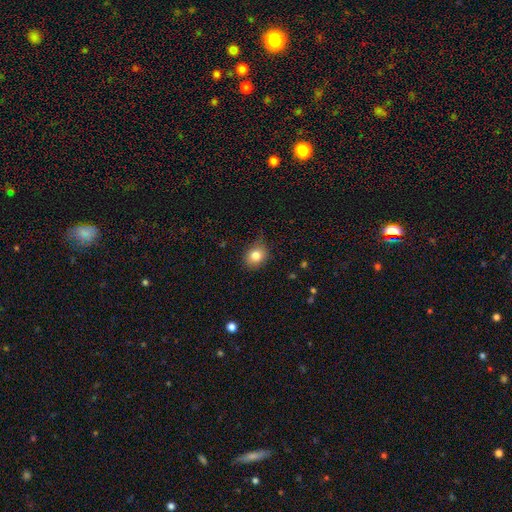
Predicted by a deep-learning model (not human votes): A smooth galaxy with no disk features (81%) that is round (61%). Merging: none (72%).